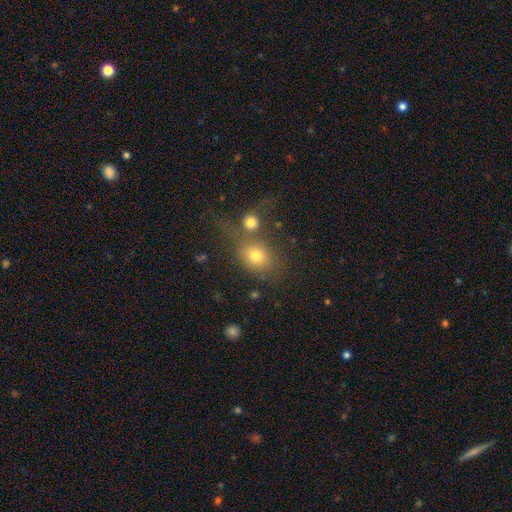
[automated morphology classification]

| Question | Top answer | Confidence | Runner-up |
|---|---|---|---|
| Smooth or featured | smooth | 72% | star or artifact (15%) |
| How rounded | round | 60% | in between (38%) |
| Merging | none | 43% | merger (37%) |